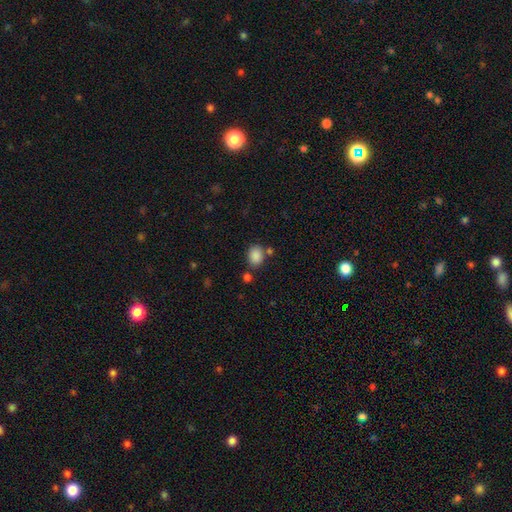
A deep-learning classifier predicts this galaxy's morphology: This appears to be a smooth galaxy with no disk features (87%) that is in between round and cigar-shaped (55%). Merging: none (71%).